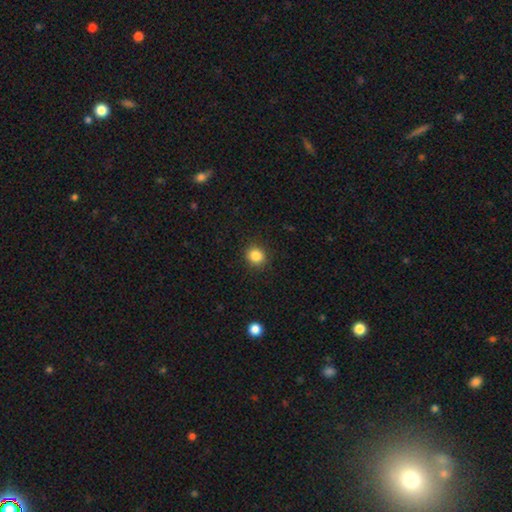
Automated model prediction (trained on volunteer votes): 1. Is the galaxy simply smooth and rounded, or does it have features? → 85% smooth, 10% star or artifact, 4% featured or disk.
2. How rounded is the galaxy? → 85% round, 14% in between, 1% cigar-shaped.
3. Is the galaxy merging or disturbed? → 90% none, 6% minor disturbance, 2% major disturbance, 1% merger.